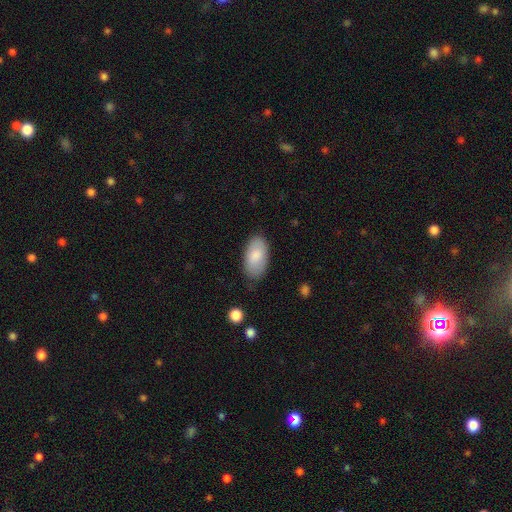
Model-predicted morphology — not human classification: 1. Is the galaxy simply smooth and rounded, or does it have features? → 83% smooth, 12% featured or disk, 6% star or artifact.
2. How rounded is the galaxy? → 95% in between, 3% round, 2% cigar-shaped.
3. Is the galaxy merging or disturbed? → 77% none, 18% minor disturbance, 4% major disturbance, 2% merger.